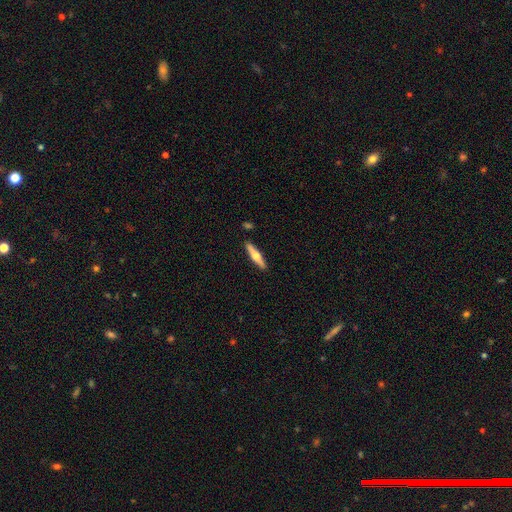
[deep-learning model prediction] smooth-or-featured: featured or disk: 57% | smooth: 38% | star or artifact: 5%
  disk-edge-on: yes: 96% | no: 4%
    edge-on-bulge: rounded: 94% | boxy: 3% | none: 3%
  merging: none: 90% | minor disturbance: 7% | merger: 2% | major disturbance: 2%